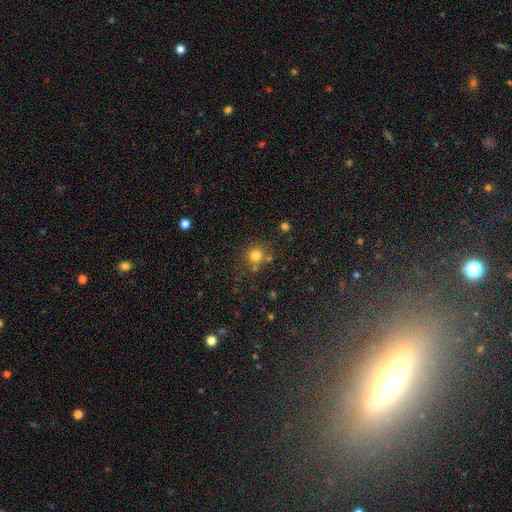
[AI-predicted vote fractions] smooth 78%, star or artifact 15%, featured or disk 7%. Down the decision tree: how rounded — round (90%); merging — none (72%).